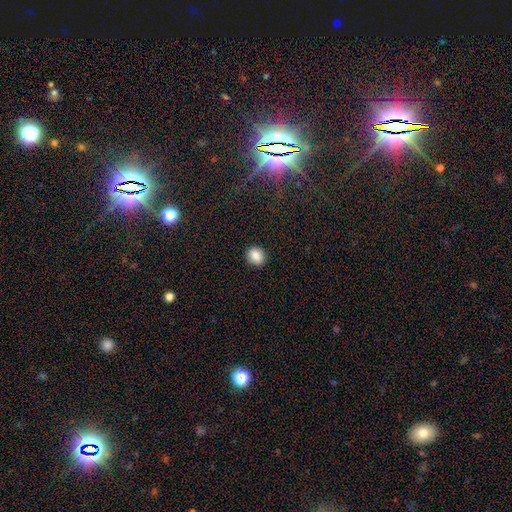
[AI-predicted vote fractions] This appears to be a smooth galaxy with no disk features (87%) that is round (65%). Merging: none (90%).